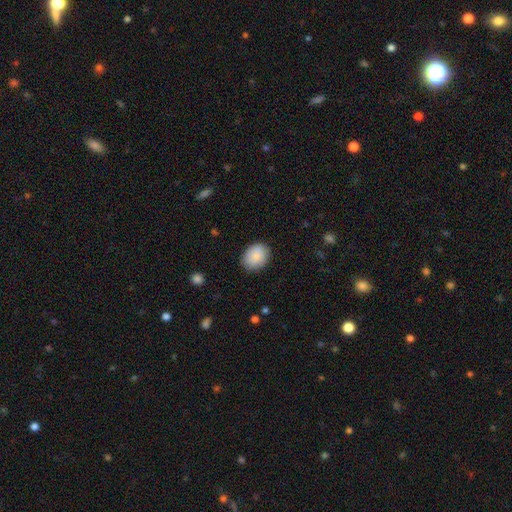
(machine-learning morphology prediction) The model was most divided on "how rounded": in between: 64%, round: 35%, cigar-shaped: 1%. More confident: smooth or featured — smooth (88%); merging — none (84%).